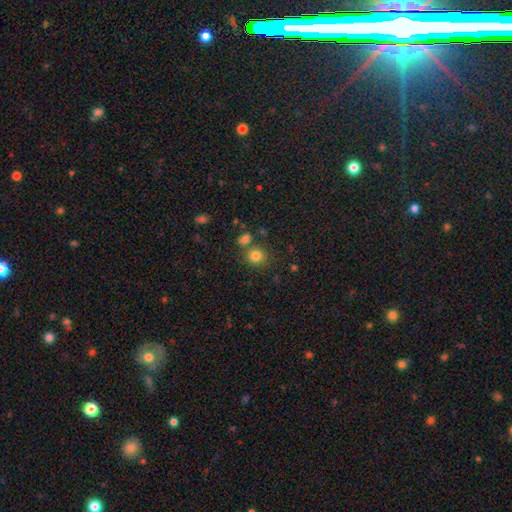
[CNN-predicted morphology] Smooth or featured? smooth (80%)
How rounded? round (86%)
Merging? none (73%)